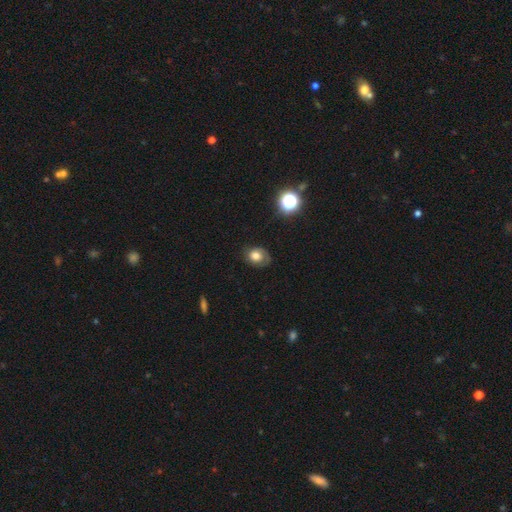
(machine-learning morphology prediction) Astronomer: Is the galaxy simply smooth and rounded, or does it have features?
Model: smooth — 61%.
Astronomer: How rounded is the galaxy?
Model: round — 52% (runner-up: in between, 47%).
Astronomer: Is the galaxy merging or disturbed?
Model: none — 66%.